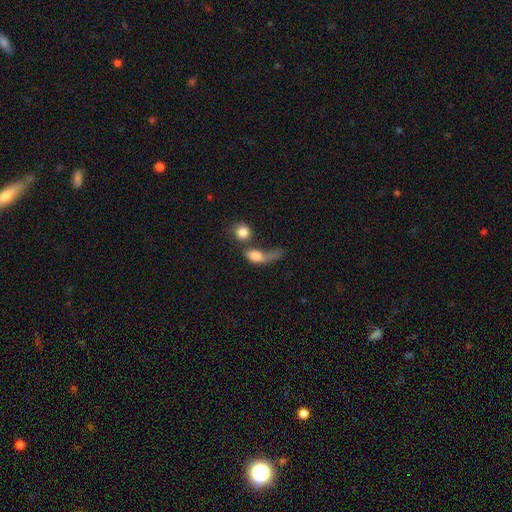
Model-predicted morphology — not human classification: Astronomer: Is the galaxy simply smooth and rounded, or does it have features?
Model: smooth — 69%.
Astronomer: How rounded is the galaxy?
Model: in between — 55% (runner-up: round, 35%).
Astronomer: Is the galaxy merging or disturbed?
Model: merger — 41% (runner-up: major disturbance, 32%).